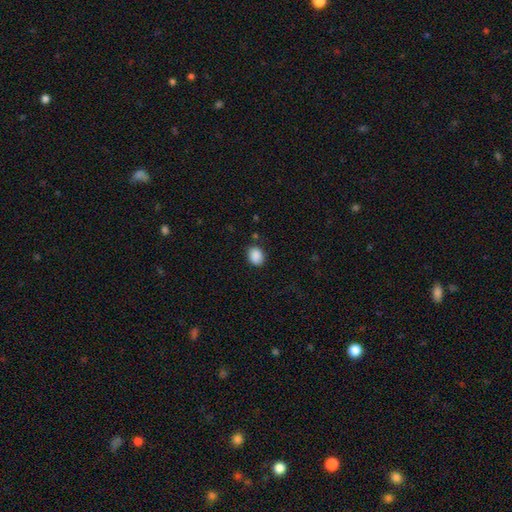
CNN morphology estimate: A smooth galaxy with no disk features (89%) that is in between round and cigar-shaped (59%).

Vote fractions:
- Smooth or featured? smooth: 89% / star or artifact: 8% / featured or disk: 3%
- How rounded? in between: 59% / round: 40% / cigar-shaped: 1%
- Merging? none: 83% / minor disturbance: 12% / major disturbance: 3% / merger: 2%